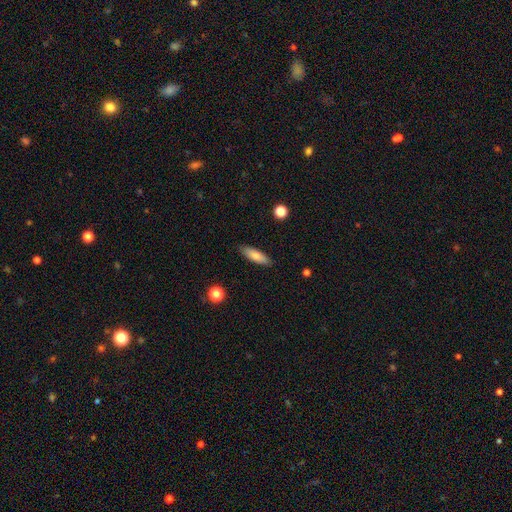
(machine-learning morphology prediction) This is likely a smooth galaxy (78%). How rounded: possibly cigar-shaped (52%). Merging: clearly none (88%).